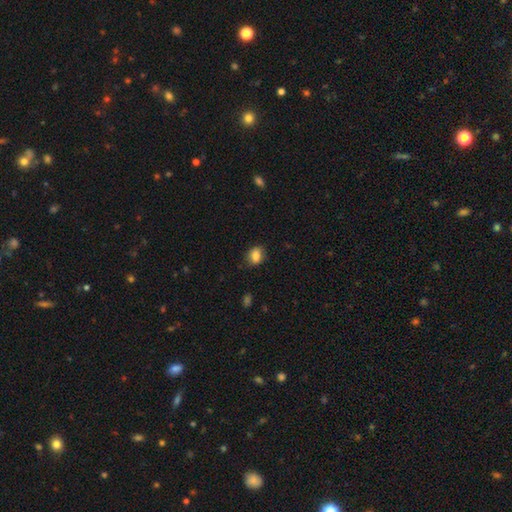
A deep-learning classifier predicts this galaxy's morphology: This appears to be a smooth galaxy with no disk features (84%) that is in between round and cigar-shaped (56%). Merging: none (82%).